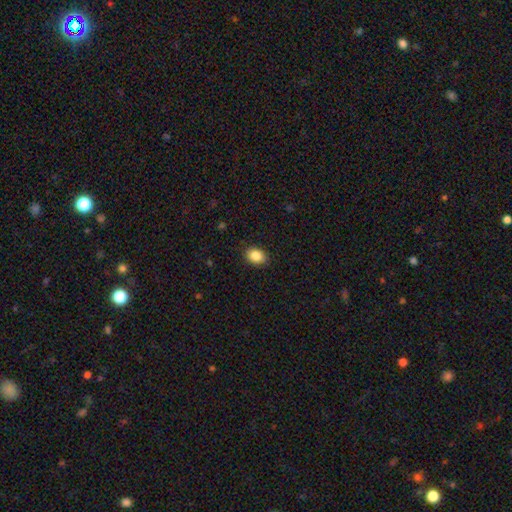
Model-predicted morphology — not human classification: smooth 87%, star or artifact 8%, featured or disk 5%. Down the decision tree: how rounded — in between (71%); merging — none (88%).